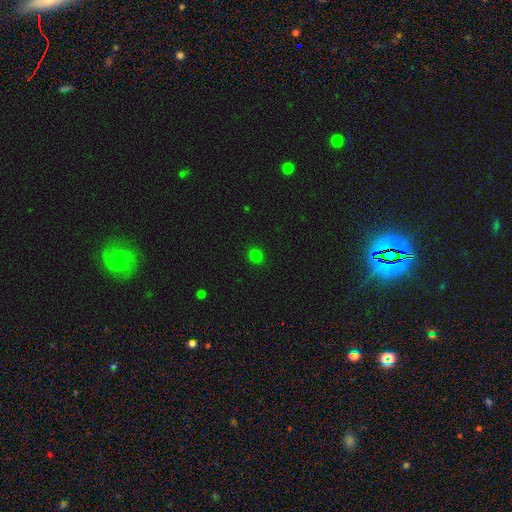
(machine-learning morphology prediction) smooth_or_featured: smooth (p=0.80) [alt: star or artifact p=0.17]
how_rounded: round (p=0.82) [alt: in between p=0.17]
merging: none (p=0.91) [alt: minor disturbance p=0.06]